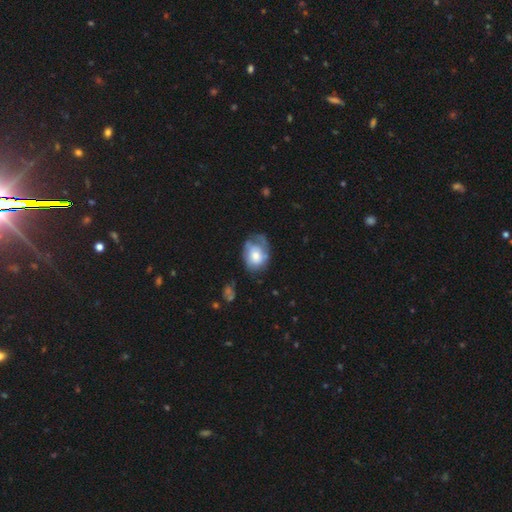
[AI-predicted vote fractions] smooth-or-featured: smooth: 53% | featured or disk: 39% | star or artifact: 7%
  how-rounded: in between: 64% | round: 35% | cigar-shaped: 1%
  merging: none: 41% | minor disturbance: 32% | major disturbance: 24% | merger: 3%